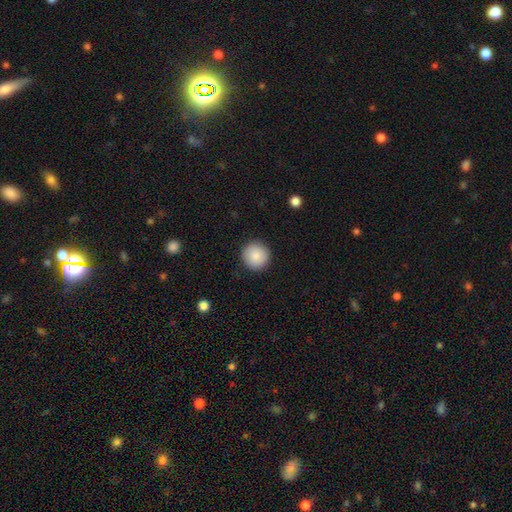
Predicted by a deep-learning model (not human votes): A smooth galaxy with no disk features (88%) that is round (95%). Merging: none (92%).